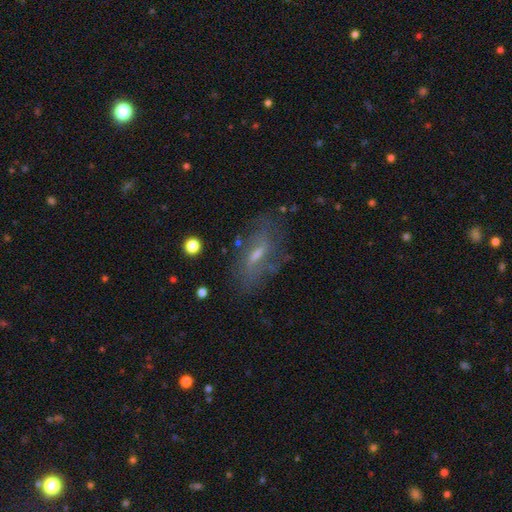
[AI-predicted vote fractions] The model was most divided on "smooth or featured": featured or disk: 58%, smooth: 32%, star or artifact: 10%. More confident: edge-on disk — no (81%); merging — none (62%).